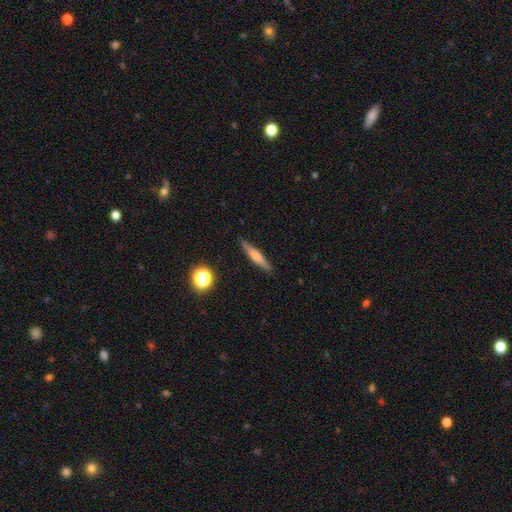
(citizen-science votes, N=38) Q: Smooth or featured?
A: featured or disk (55%); runner-up: smooth (39%)
Q: Edge-on disk?
A: yes (100%)
Q: Edge-on bulge?
A: rounded (95%); runner-up: boxy (5%)
Q: Merging?
A: none (94%); runner-up: minor disturbance (3%)